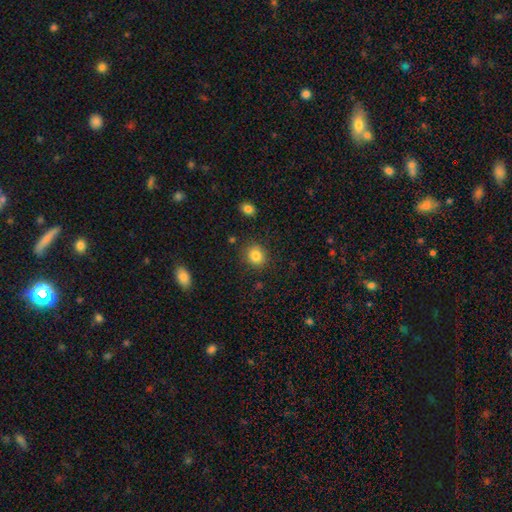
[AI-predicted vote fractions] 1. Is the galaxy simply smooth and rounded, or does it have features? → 83% smooth, 10% star or artifact, 6% featured or disk.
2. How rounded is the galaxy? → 79% round, 20% in between, 1% cigar-shaped.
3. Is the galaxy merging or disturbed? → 87% none, 9% minor disturbance, 3% major disturbance, 2% merger.